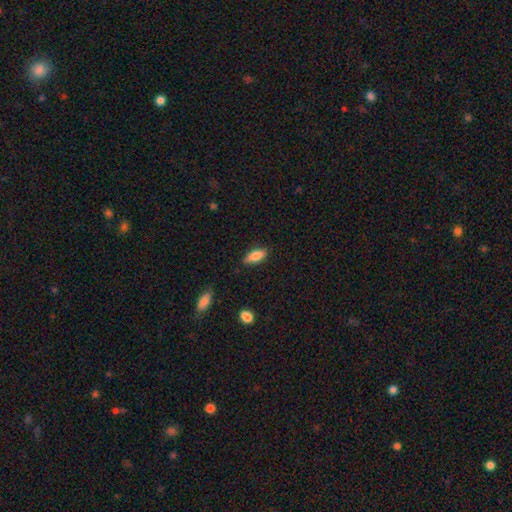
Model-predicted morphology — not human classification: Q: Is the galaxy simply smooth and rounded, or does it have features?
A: smooth — 79%.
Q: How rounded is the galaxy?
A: in between — 78%.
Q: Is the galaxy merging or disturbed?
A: none — 81%.